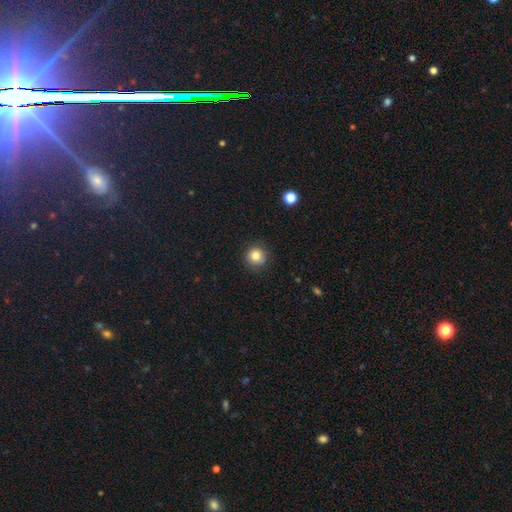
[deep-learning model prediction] smooth_or_featured: smooth (p=0.81) [alt: star or artifact p=0.12]
how_rounded: round (p=0.93) [alt: in between p=0.06]
merging: none (p=0.87) [alt: minor disturbance p=0.09]